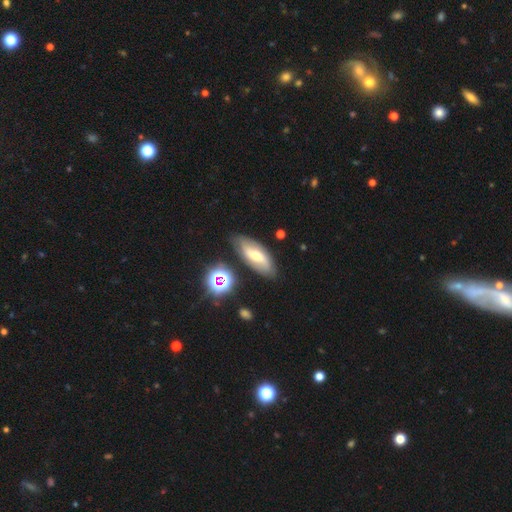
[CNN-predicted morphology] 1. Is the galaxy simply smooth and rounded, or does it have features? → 57% featured or disk, 33% smooth, 10% star or artifact.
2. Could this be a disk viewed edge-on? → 84% no, 16% yes.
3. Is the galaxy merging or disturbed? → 79% none, 14% minor disturbance, 4% major disturbance, 3% merger.